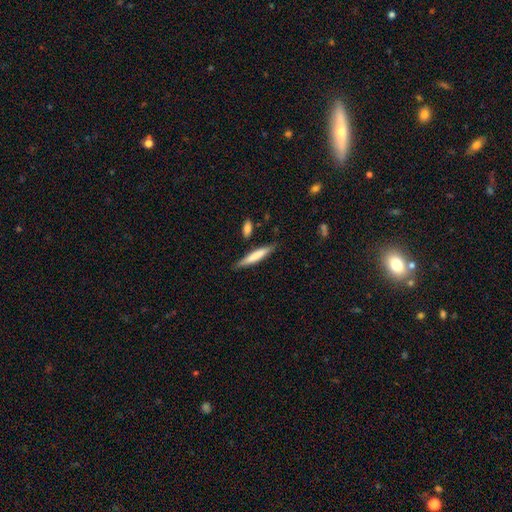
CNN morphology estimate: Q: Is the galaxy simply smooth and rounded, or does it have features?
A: smooth — 72%.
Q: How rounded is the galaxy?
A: cigar-shaped — 89%.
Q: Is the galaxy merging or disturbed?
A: none — 81%.